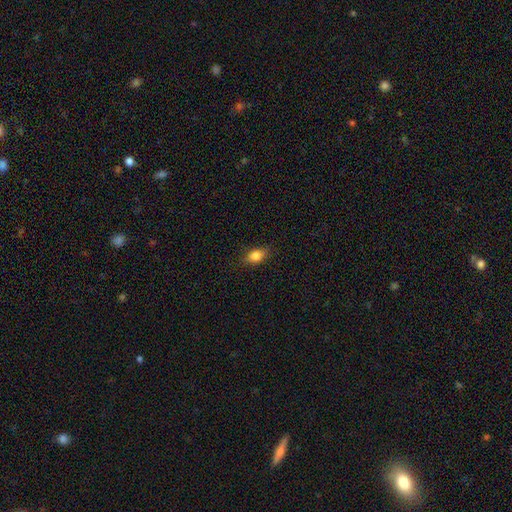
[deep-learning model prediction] Smooth or featured: smooth — 80% (featured or disk — 11%)
How rounded: in between — 77% (round — 17%)
Merging: none — 82% (minor disturbance — 14%)